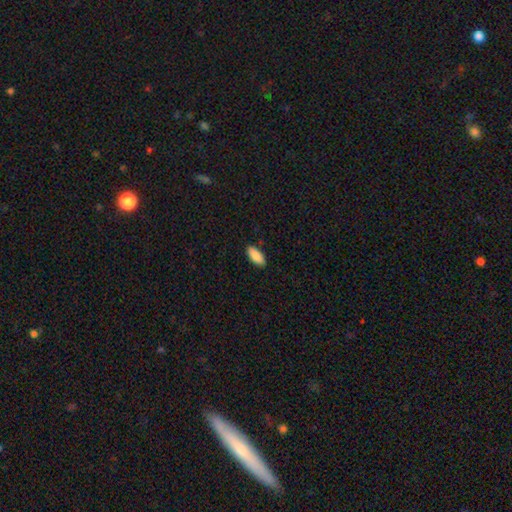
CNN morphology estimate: smooth-or-featured: smooth: 90% | star or artifact: 6% | featured or disk: 4%
  how-rounded: in between: 87% | cigar-shaped: 11% | round: 2%
  merging: none: 88% | minor disturbance: 9% | major disturbance: 2% | merger: 1%